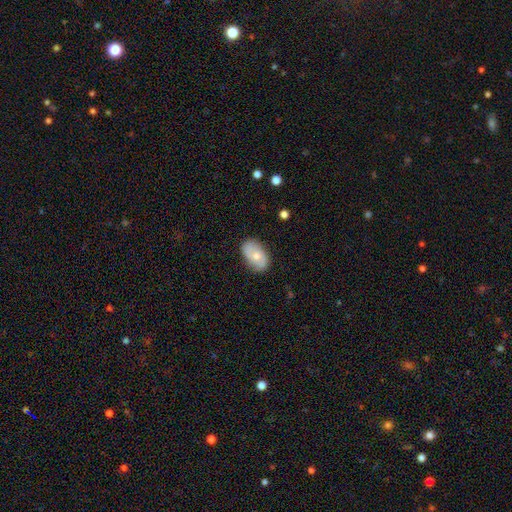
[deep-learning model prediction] smooth_or_featured: smooth (p=0.56) [alt: featured or disk p=0.37]
how_rounded: in between (p=0.90) [alt: round p=0.08]
merging: none (p=0.79) [alt: minor disturbance p=0.16]